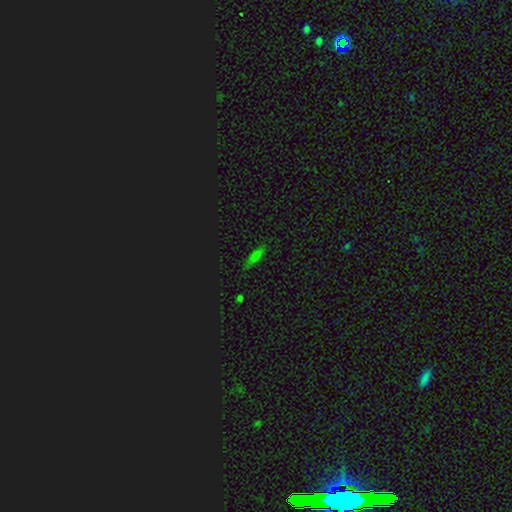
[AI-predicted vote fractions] Smooth or featured? smooth (60%)
How rounded? cigar-shaped (56%)
Merging? none (82%)